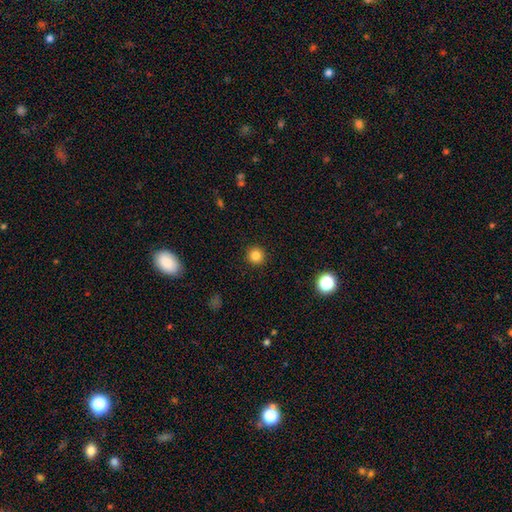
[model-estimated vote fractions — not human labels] Q: Smooth or featured?
A: smooth (83%); runner-up: star or artifact (12%)
Q: How rounded?
A: round (95%); runner-up: in between (4%)
Q: Merging?
A: none (93%); runner-up: minor disturbance (5%)